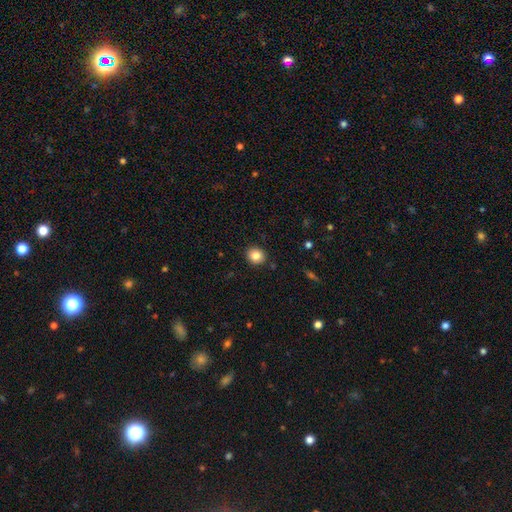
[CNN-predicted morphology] This appears to be a smooth galaxy with no disk features (84%) that is round (80%). Merging: none (91%).